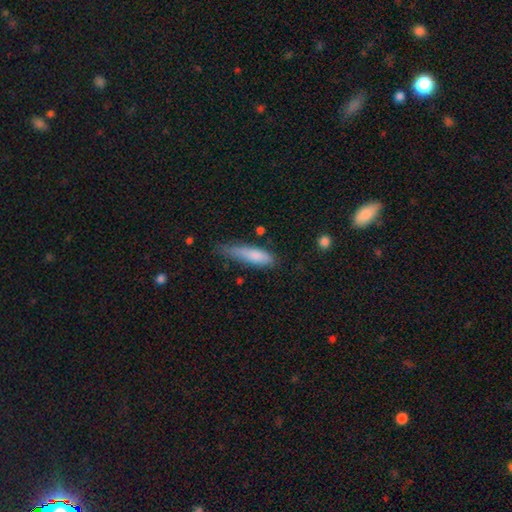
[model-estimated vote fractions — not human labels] This is clearly a smooth galaxy (81%). How rounded: likely cigar-shaped (61%). Merging: possibly none (50%).